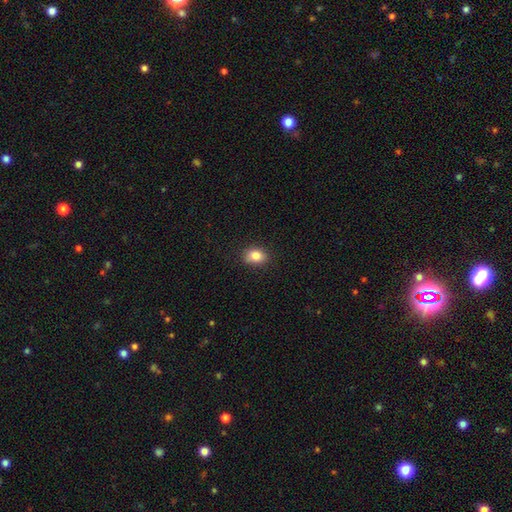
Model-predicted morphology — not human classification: This is clearly a smooth galaxy (84%). How rounded: likely in between (65%). Merging: clearly none (84%).